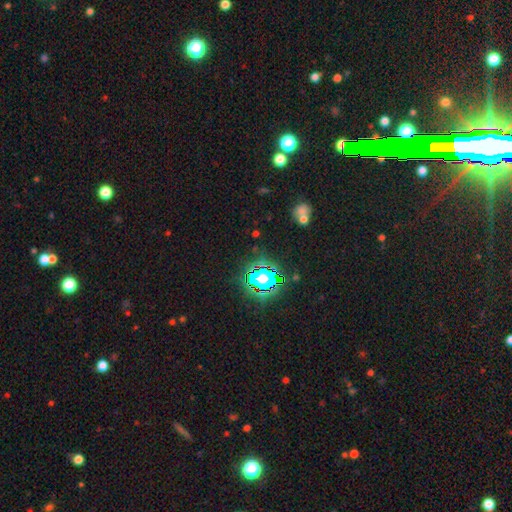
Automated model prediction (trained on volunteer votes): Overall: star or artifact (80%).